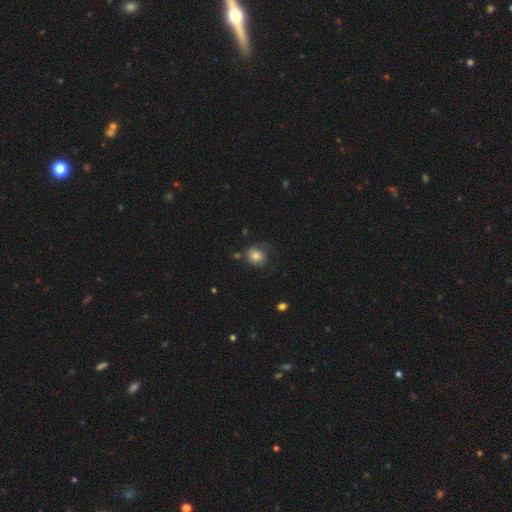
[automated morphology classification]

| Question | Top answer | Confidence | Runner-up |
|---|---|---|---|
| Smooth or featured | smooth | 77% | featured or disk (13%) |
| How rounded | round | 74% | in between (25%) |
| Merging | none | 63% | minor disturbance (24%) |